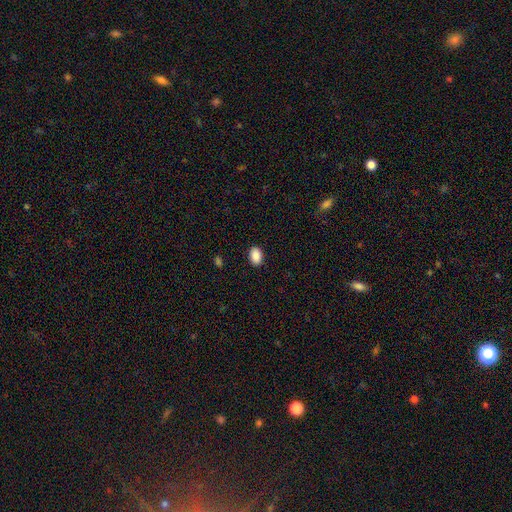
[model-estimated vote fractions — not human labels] This appears to be a smooth galaxy with no disk features (90%) that is in between round and cigar-shaped (83%). Merging: none (89%).